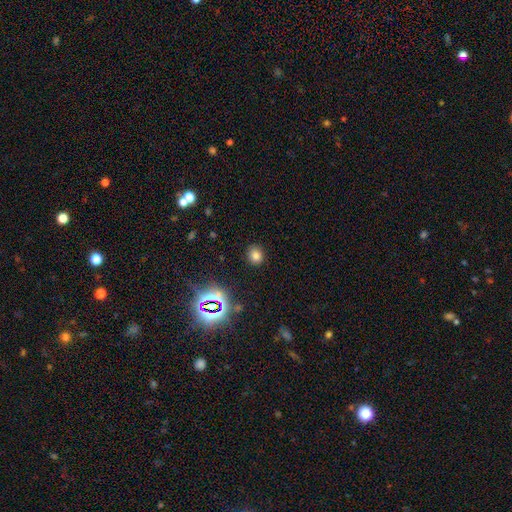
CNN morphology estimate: The model was most divided on "how rounded": round: 71%, in between: 28%, cigar-shaped: 1%. More confident: merging — none (88%); smooth or featured — smooth (73%).